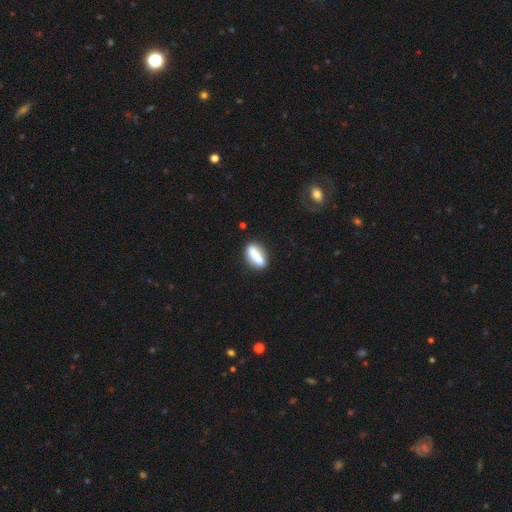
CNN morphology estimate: This is likely a smooth galaxy (74%). How rounded: possibly in between (54%). Merging: likely none (79%).